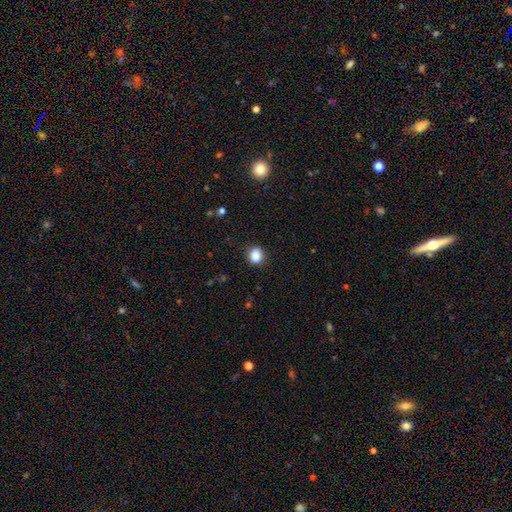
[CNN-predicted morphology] A smooth galaxy with no disk features (86%) that is round (72%).

Vote fractions:
- Smooth or featured? smooth: 86% / star or artifact: 10% / featured or disk: 4%
- How rounded? round: 72% / in between: 27% / cigar-shaped: 1%
- Merging? none: 88% / minor disturbance: 8% / major disturbance: 3% / merger: 1%